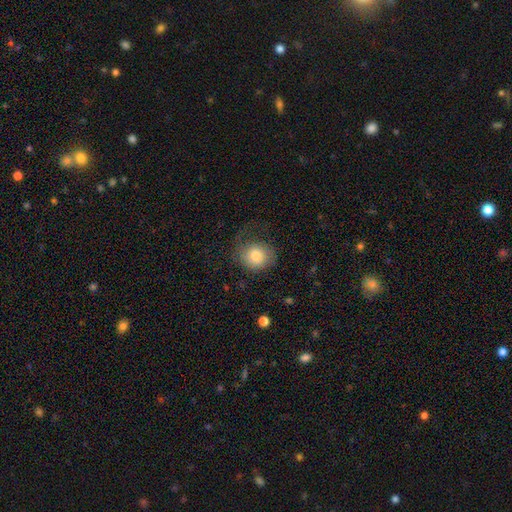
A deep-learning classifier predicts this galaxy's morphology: A smooth galaxy with no disk features (75%) that is round (73%).

Vote fractions:
- Smooth or featured? smooth: 75% / featured or disk: 17% / star or artifact: 8%
- How rounded? round: 73% / in between: 26% / cigar-shaped: 1%
- Merging? none: 52% / major disturbance: 25% / minor disturbance: 22% / merger: 2%